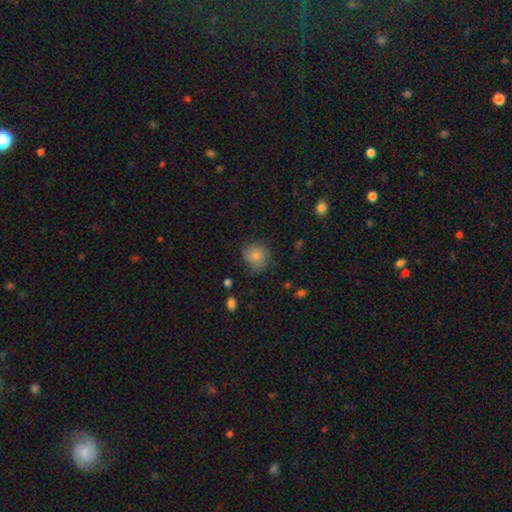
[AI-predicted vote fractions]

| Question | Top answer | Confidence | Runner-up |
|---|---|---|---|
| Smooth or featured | smooth | 74% | featured or disk (17%) |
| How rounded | round | 83% | in between (16%) |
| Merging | none | 61% | minor disturbance (27%) |